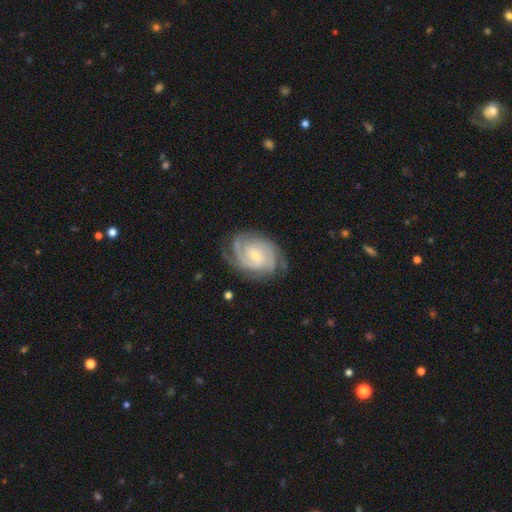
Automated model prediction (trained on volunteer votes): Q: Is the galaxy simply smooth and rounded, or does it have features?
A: featured or disk — 88%.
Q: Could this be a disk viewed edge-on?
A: no — 97%.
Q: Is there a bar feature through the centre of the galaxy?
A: no — 56%.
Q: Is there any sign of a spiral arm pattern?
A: yes — 97%.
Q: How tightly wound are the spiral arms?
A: tight — 66%.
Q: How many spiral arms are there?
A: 3 — 30%.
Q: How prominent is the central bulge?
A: small — 66%.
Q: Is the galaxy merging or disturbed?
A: none — 73%.